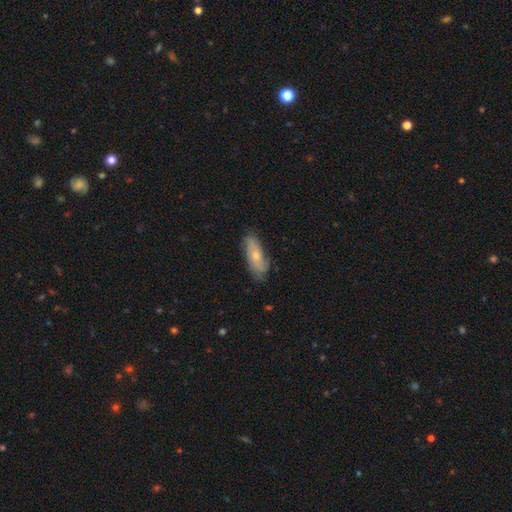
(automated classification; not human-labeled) featured or disk 51%, smooth 42%, star or artifact 7%. Down the decision tree: edge-on disk — no (81%); merging — none (75%).